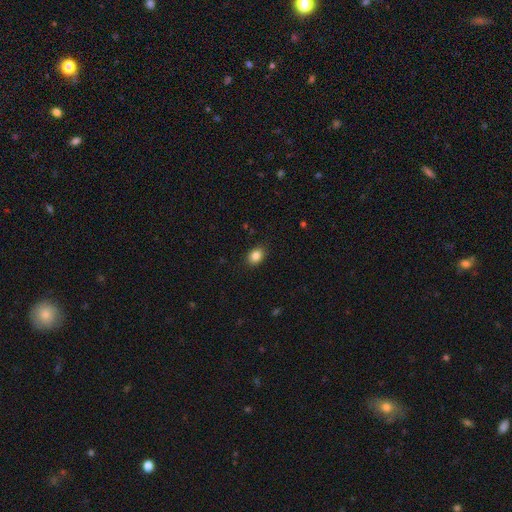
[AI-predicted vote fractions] Smooth or featured: smooth — 86% (star or artifact — 10%)
How rounded: in between — 64% (round — 35%)
Merging: none — 88% (minor disturbance — 9%)